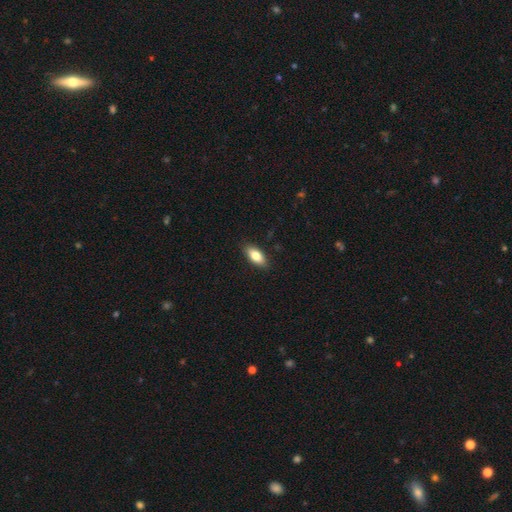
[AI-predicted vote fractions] Smooth or featured? smooth (79%)
How rounded? in between (85%)
Merging? none (88%)